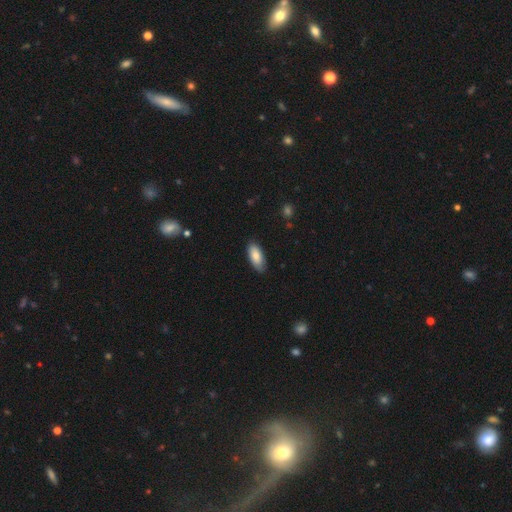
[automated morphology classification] A smooth galaxy with no disk features (80%) that is in between round and cigar-shaped (87%). Merging: none (81%).